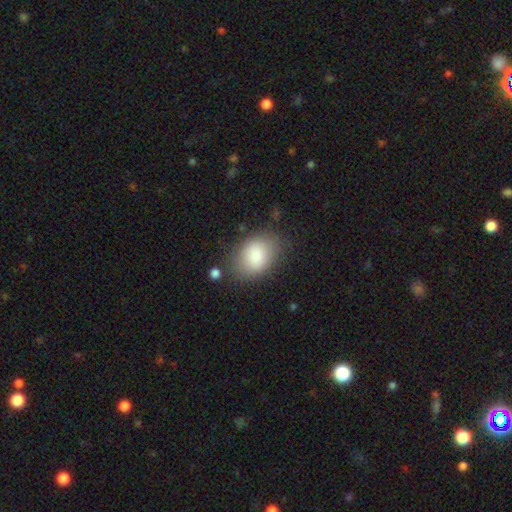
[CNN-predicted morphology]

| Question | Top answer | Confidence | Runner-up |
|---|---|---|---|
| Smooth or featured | smooth | 84% | featured or disk (8%) |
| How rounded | in between | 78% | round (21%) |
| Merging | none | 71% | minor disturbance (18%) |